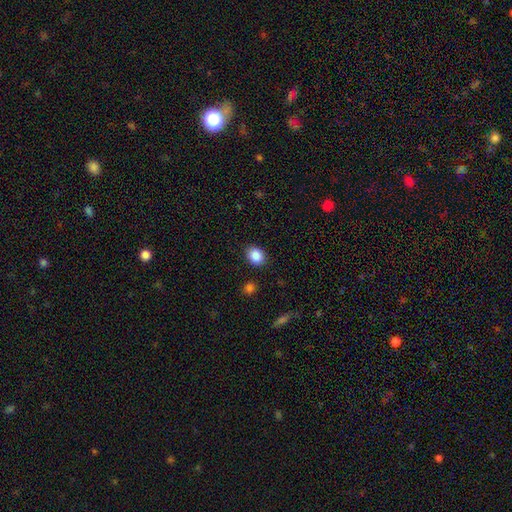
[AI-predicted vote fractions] smooth_or_featured: smooth (p=0.88) [alt: star or artifact p=0.09]
how_rounded: round (p=0.52) [alt: in between p=0.47]
merging: none (p=0.88) [alt: minor disturbance p=0.08]